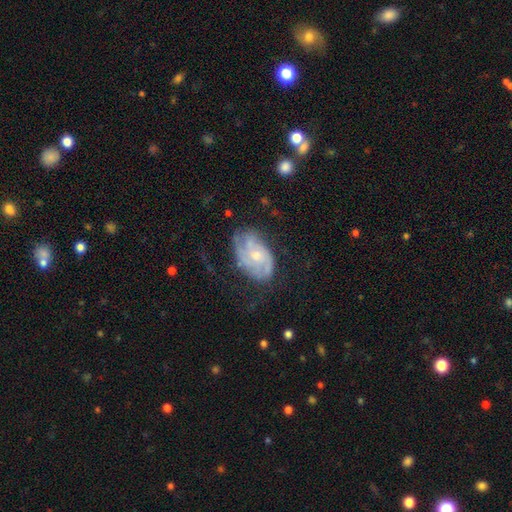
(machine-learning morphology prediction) Smooth or featured: featured or disk — 74% (smooth — 19%)
Edge-on disk: no — 96% (yes — 4%)
Bar: no — 76% (weak — 21%)
Spiral arms: yes — 85% (no — 15%)
Spiral winding: tight — 48% (medium — 37%)
Spiral arm count: can't tell — 36% (2 — 31%)
Bulge size: small — 52% (moderate — 44%)
Merging: none — 58% (minor disturbance — 27%)